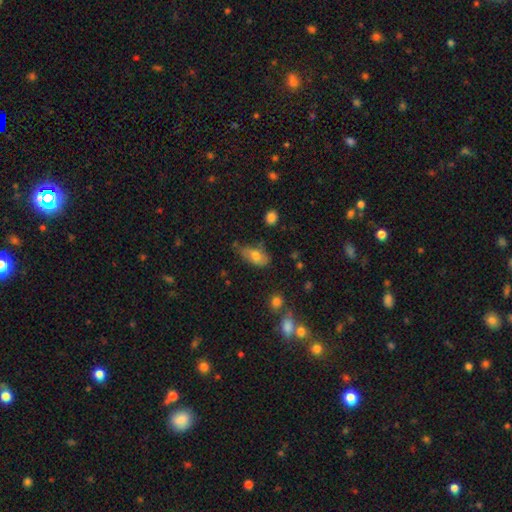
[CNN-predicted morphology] This appears to be a smooth galaxy with no disk features (71%) that is in between round and cigar-shaped (89%). Merging: none (53%).